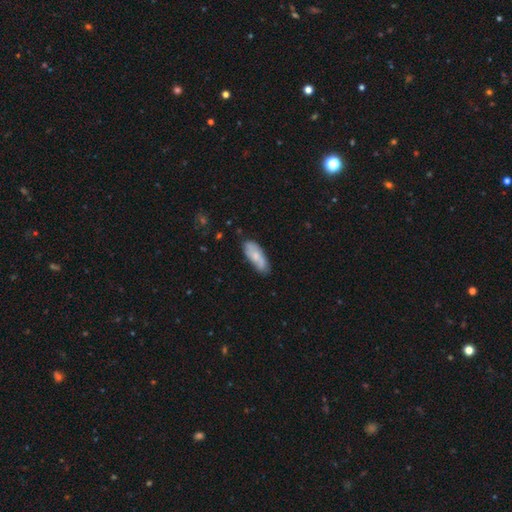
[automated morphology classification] The model was most divided on "smooth or featured": smooth: 67%, featured or disk: 27%, star or artifact: 6%. More confident: how rounded — in between (72%); merging — none (69%).